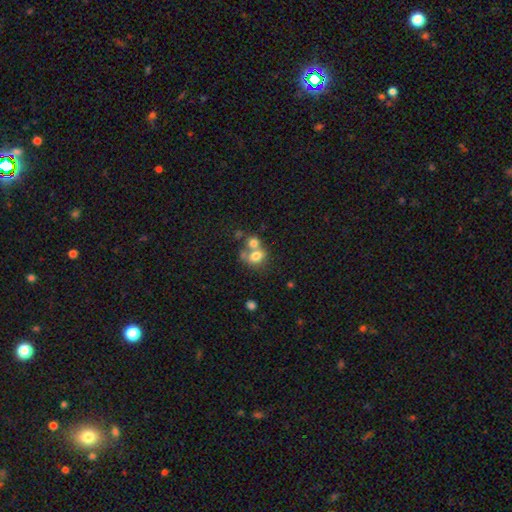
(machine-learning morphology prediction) A smooth galaxy with no disk features (72%) that is round (51%). Merging: merger (53%).